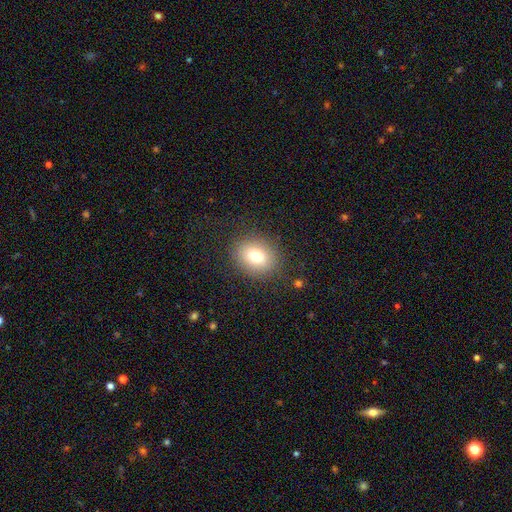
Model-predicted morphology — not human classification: smooth 76%, star or artifact 12%, featured or disk 12%. Down the decision tree: how rounded — round (57%); merging — none (86%).